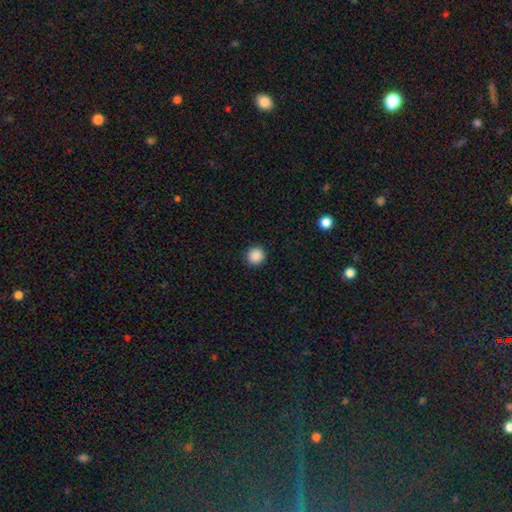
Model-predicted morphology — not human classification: Overall: smooth (88%). How rounded: round (94%). Merging: none (92%).